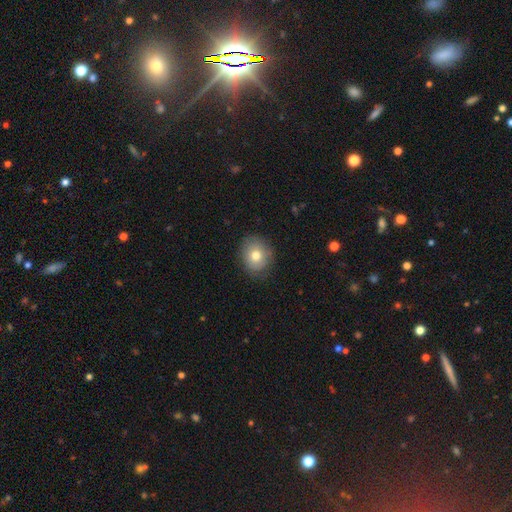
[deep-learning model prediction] The model was most divided on "how rounded": round: 67%, in between: 32%, cigar-shaped: 1%. More confident: merging — none (82%); smooth or featured — smooth (77%).